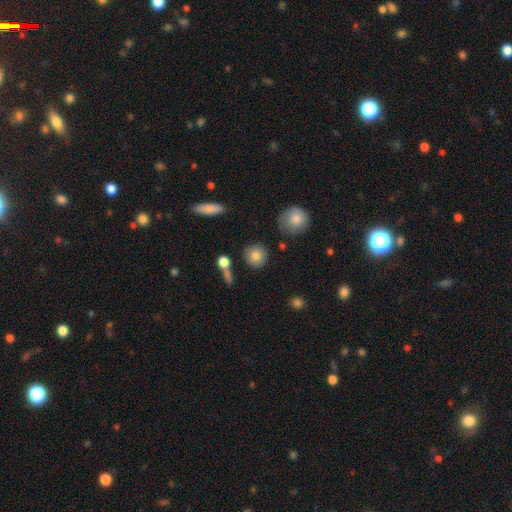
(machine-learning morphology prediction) type=smooth (82%); roundness=round (90%); merging=none (83%).